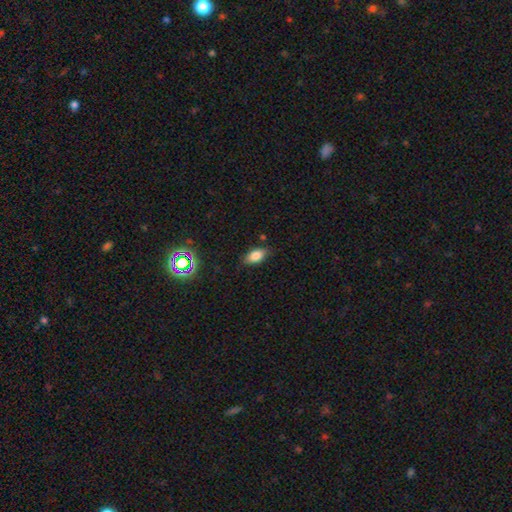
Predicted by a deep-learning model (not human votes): Smooth or featured? smooth (81%)
How rounded? in between (89%)
Merging? none (81%)